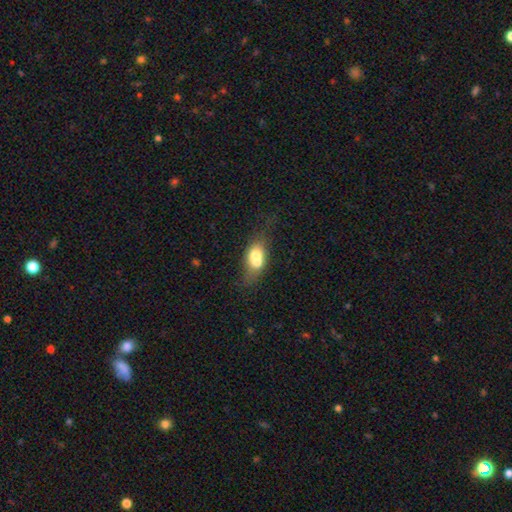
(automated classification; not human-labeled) Morphology: type=smooth (64%); roundness=in between (76%); merging=merger (52%).